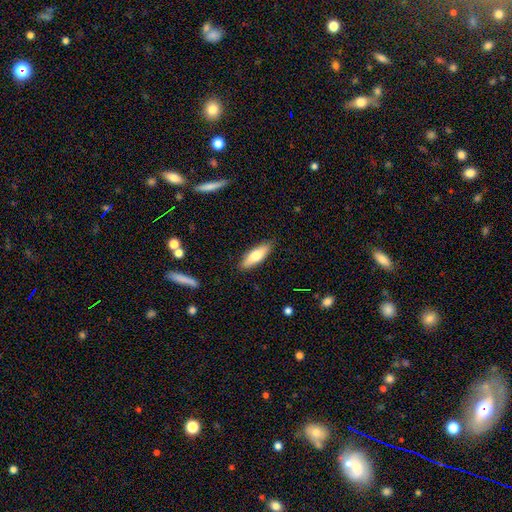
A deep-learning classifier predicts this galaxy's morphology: type=smooth (72%); roundness=in between (56%); merging=none (86%).